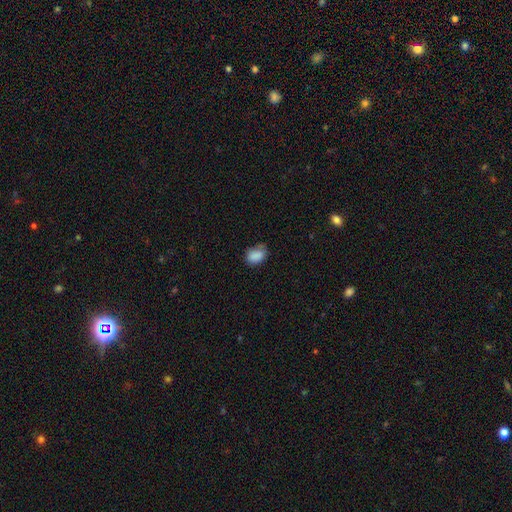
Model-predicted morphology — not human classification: Smooth or featured? Predicted: smooth (p=0.86). How rounded? Predicted: in between (p=0.74). Merging? Predicted: none (p=0.58).